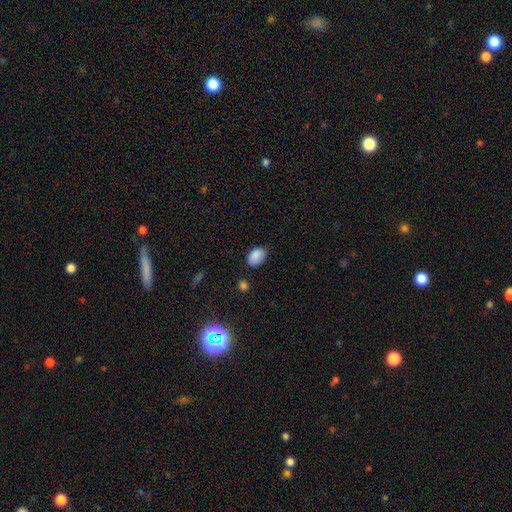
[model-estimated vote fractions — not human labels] Smooth or featured? Predicted: smooth (p=0.87). How rounded? Predicted: in between (p=0.85). Merging? Predicted: none (p=0.75).